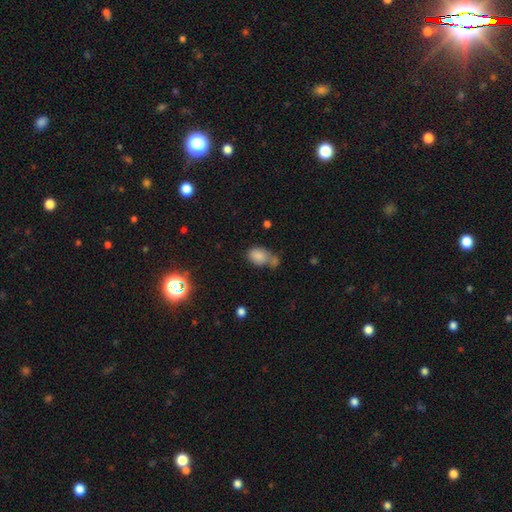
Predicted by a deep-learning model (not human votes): Q: Smooth or featured?
A: smooth (73%); runner-up: star or artifact (18%)
Q: How rounded?
A: in between (75%); runner-up: round (24%)
Q: Merging?
A: none (46%); runner-up: merger (27%)